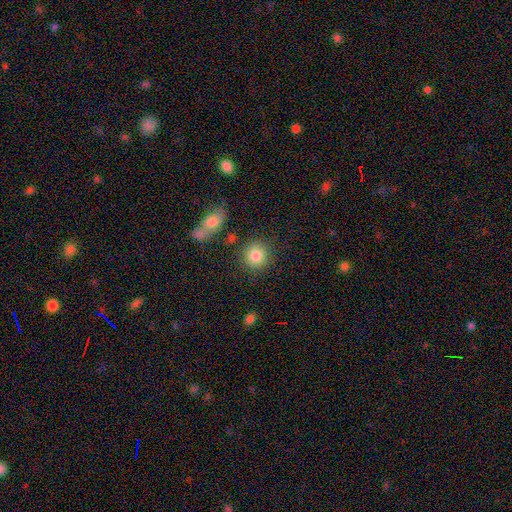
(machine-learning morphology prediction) Q: Smooth or featured?
A: smooth (84%); runner-up: star or artifact (9%)
Q: How rounded?
A: round (89%); runner-up: in between (10%)
Q: Merging?
A: none (83%); runner-up: minor disturbance (9%)